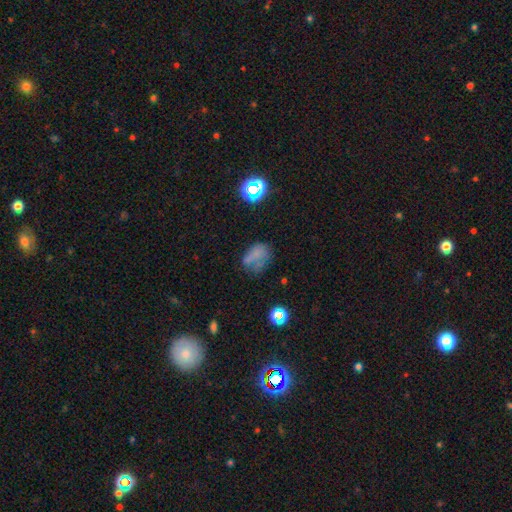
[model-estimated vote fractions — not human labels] This is possibly a smooth galaxy (54%). How rounded: likely in between (72%). Merging: marginally none (37%).